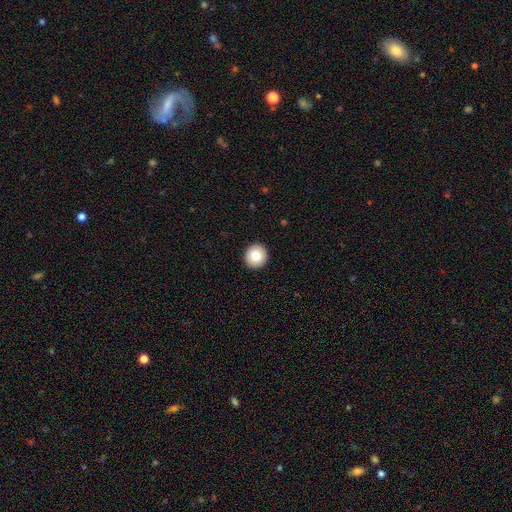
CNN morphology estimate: This is clearly a smooth galaxy (81%). How rounded: clearly round (94%). Merging: clearly none (94%).